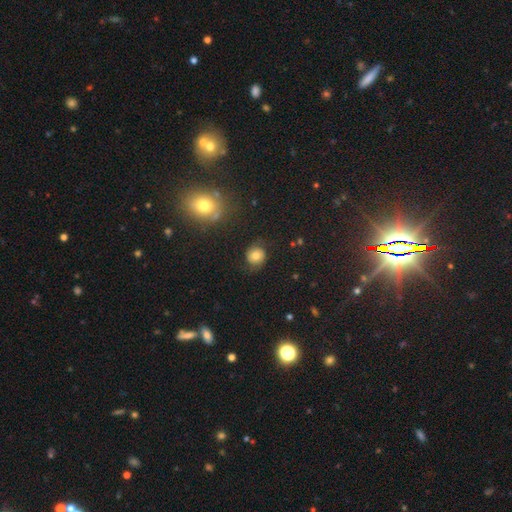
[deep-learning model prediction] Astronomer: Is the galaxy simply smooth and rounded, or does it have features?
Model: smooth — 62%.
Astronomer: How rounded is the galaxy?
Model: round — 81%.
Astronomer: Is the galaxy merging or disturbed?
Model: none — 74%.